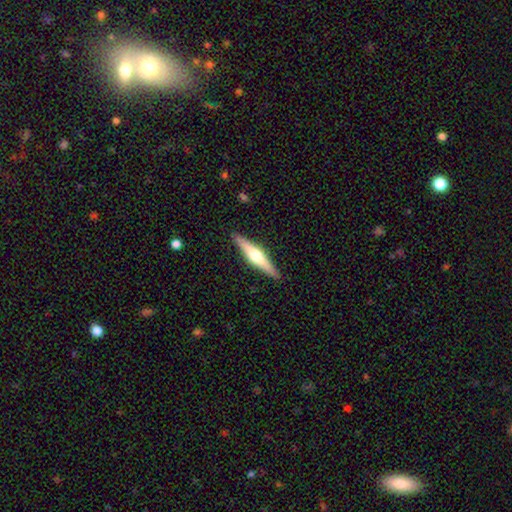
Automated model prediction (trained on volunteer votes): Smooth or featured? Predicted: featured or disk (p=0.63). Edge-on disk? Predicted: yes (p=0.97). Edge-on bulge? Predicted: rounded (p=0.92). Merging? Predicted: none (p=0.90).